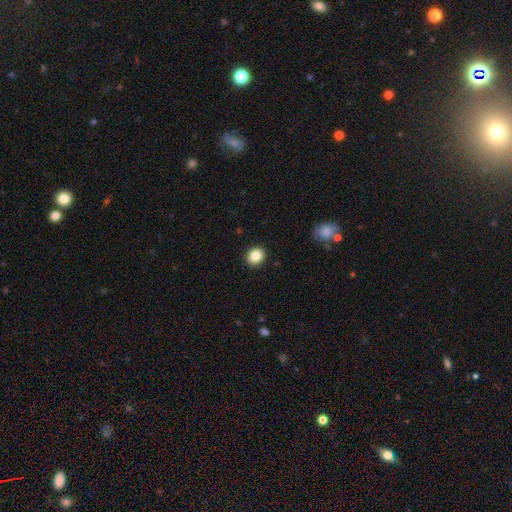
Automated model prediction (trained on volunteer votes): Smooth or featured? Predicted: smooth (p=0.85). How rounded? Predicted: round (p=0.81). Merging? Predicted: none (p=0.92).